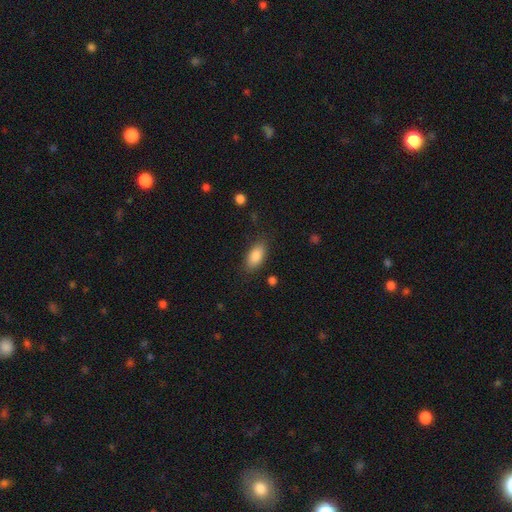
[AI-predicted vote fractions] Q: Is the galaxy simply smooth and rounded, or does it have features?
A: smooth — 85%.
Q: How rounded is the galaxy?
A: in between — 90%.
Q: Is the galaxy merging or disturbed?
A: none — 82%.